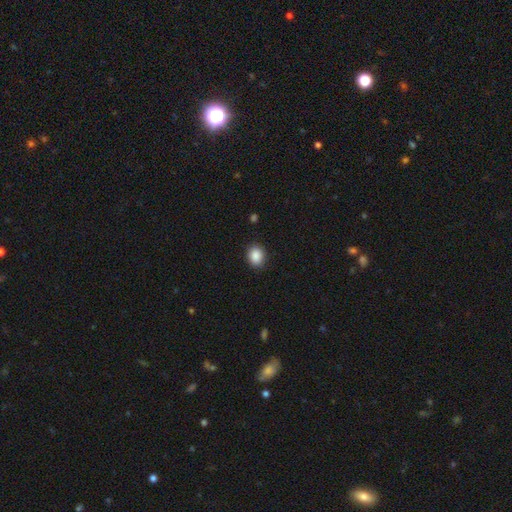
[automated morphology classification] smooth-or-featured: smooth: 88% | star or artifact: 9% | featured or disk: 3%
  how-rounded: round: 56% | in between: 43% | cigar-shaped: 1%
  merging: none: 88% | minor disturbance: 9% | major disturbance: 2% | merger: 1%